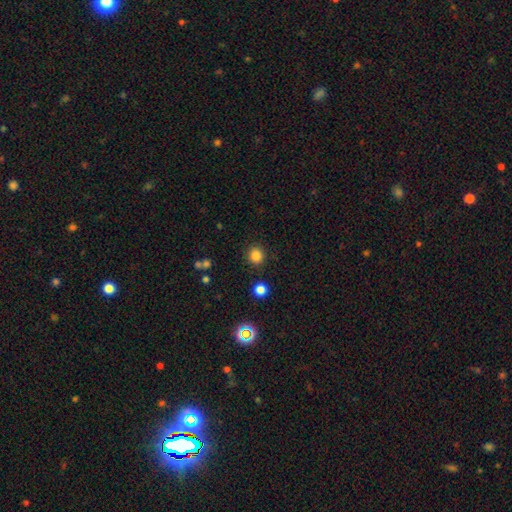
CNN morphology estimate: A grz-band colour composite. It shows a smooth galaxy with no disk features (83%) that is round (88%). Merging: none (89%).